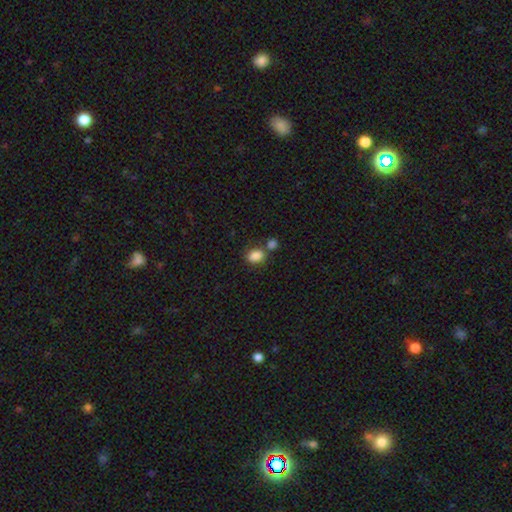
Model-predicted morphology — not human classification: This is clearly a smooth galaxy (86%). How rounded: likely in between (70%). Merging: possibly none (53%).